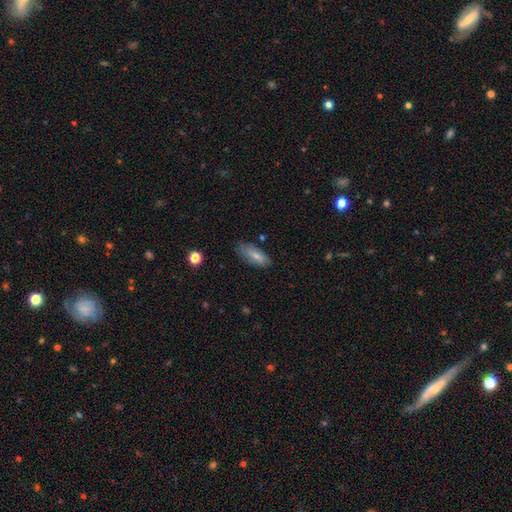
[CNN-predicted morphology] Smooth or featured: smooth — 70% (featured or disk — 23%)
How rounded: in between — 77% (cigar-shaped — 20%)
Merging: none — 72% (minor disturbance — 21%)